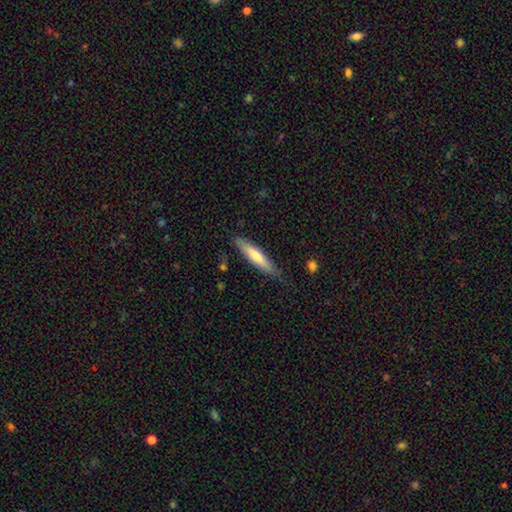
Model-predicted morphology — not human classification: smooth 64%, featured or disk 31%, star or artifact 5%. Down the decision tree: how rounded — cigar-shaped (87%); merging — none (81%).